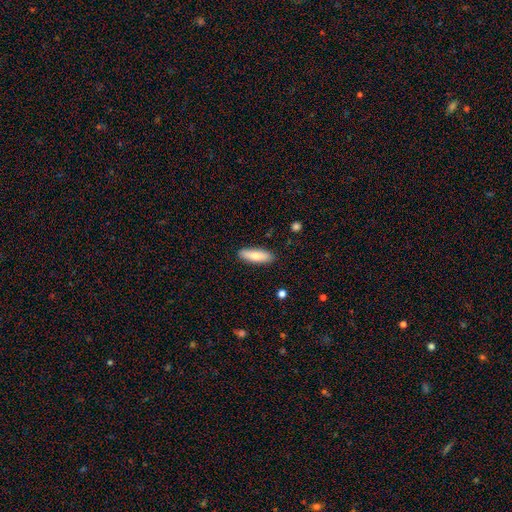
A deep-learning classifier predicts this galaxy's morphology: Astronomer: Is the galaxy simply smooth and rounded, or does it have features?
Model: smooth — 79%.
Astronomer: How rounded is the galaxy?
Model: in between — 52% (runner-up: cigar-shaped, 47%).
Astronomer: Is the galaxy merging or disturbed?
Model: none — 88%.